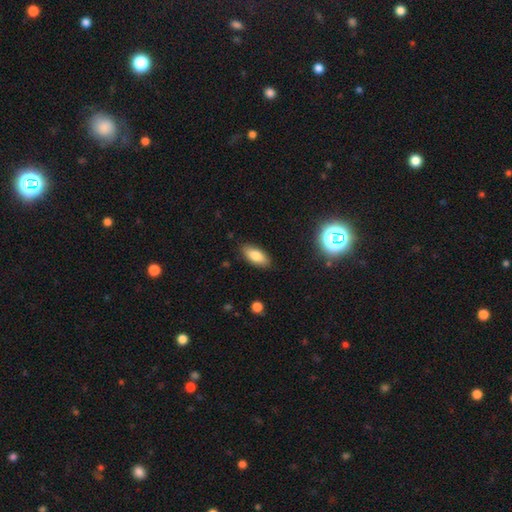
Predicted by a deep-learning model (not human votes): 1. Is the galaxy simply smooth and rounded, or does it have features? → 80% smooth, 12% featured or disk, 8% star or artifact.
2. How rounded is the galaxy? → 85% in between, 13% cigar-shaped, 3% round.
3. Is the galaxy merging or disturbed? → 87% none, 10% minor disturbance, 2% major disturbance, 1% merger.